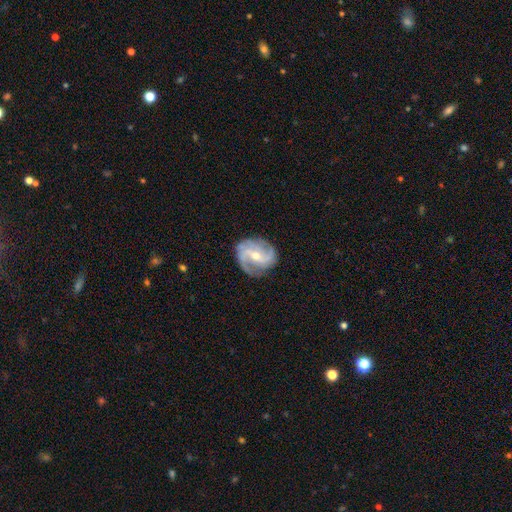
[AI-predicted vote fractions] Morphology: type=featured or disk (88%); edge-on=no (98%); bar=weak (46%); spiral arms=yes (97%); winding=medium (49%); arm count=2 (48%); bulge=small (51%); merging=none (79%).